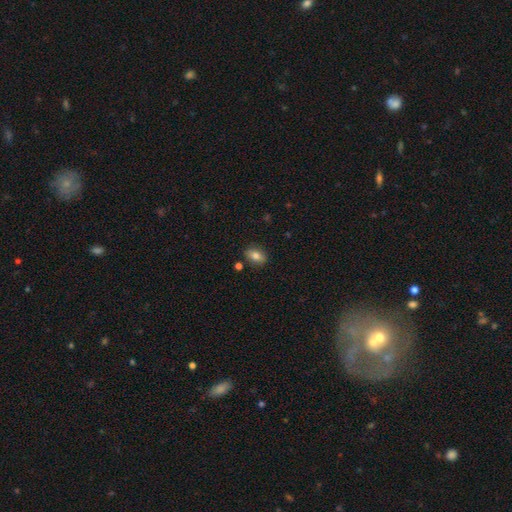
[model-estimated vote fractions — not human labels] smooth-or-featured: smooth: 76% | featured or disk: 15% | star or artifact: 9%
  how-rounded: in between: 76% | round: 20% | cigar-shaped: 3%
  merging: none: 85% | minor disturbance: 10% | merger: 3% | major disturbance: 2%